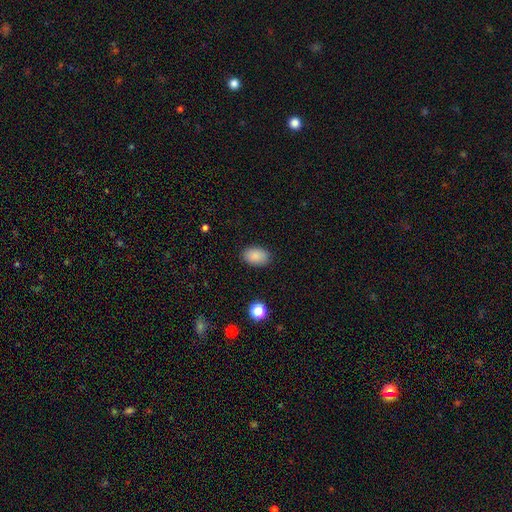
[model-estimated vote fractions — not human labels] This appears to be a smooth galaxy with no disk features (88%) that is in between round and cigar-shaped (88%). Merging: none (88%).